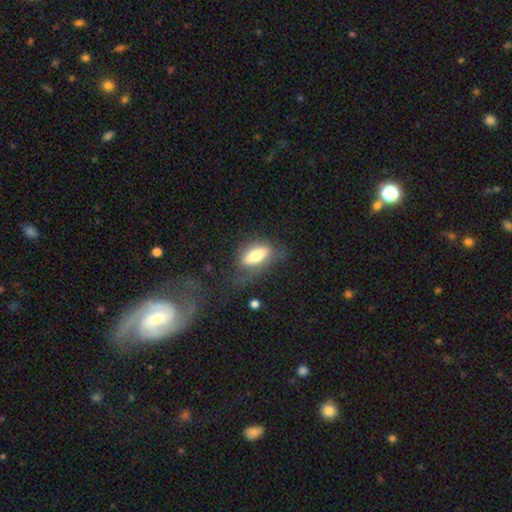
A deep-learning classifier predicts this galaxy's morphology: smooth 67%, featured or disk 26%, star or artifact 7%. Down the decision tree: how rounded — in between (80%); merging — none (47%).